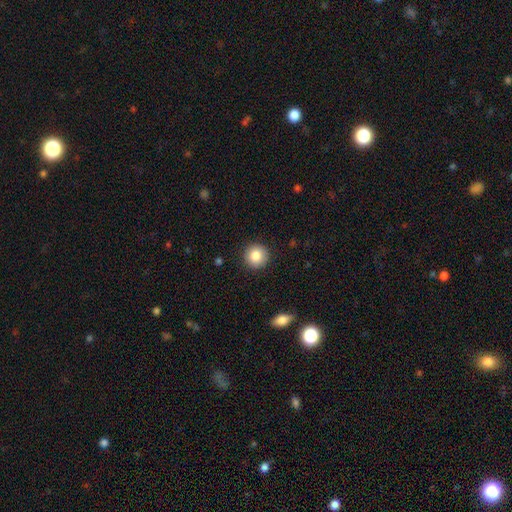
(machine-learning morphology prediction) Q: Smooth or featured?
A: smooth (85%); runner-up: star or artifact (9%)
Q: How rounded?
A: round (94%); runner-up: in between (5%)
Q: Merging?
A: none (91%); runner-up: minor disturbance (6%)